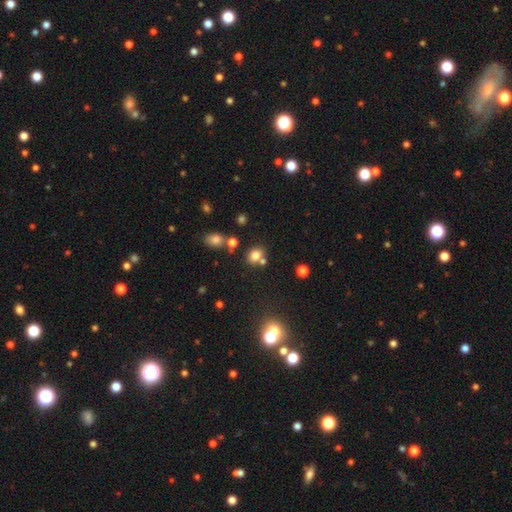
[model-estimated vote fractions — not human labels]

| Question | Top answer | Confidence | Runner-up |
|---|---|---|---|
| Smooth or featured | smooth | 76% | star or artifact (15%) |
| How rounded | in between | 56% | round (42%) |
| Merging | none | 60% | merger (24%) |